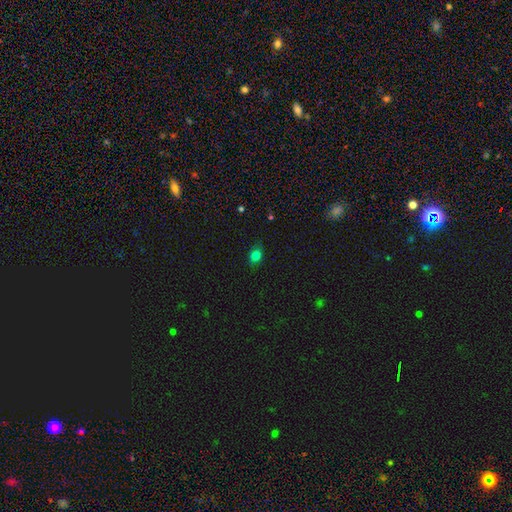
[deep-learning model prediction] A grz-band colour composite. It shows a smooth galaxy with no disk features (76%) that is in between round and cigar-shaped (49%, tied with round). Merging: none (78%).